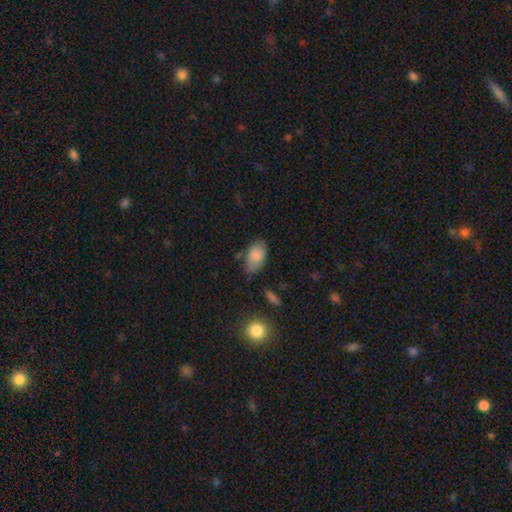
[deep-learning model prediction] This is clearly a smooth galaxy (83%). How rounded: clearly in between (92%). Merging: likely none (66%).